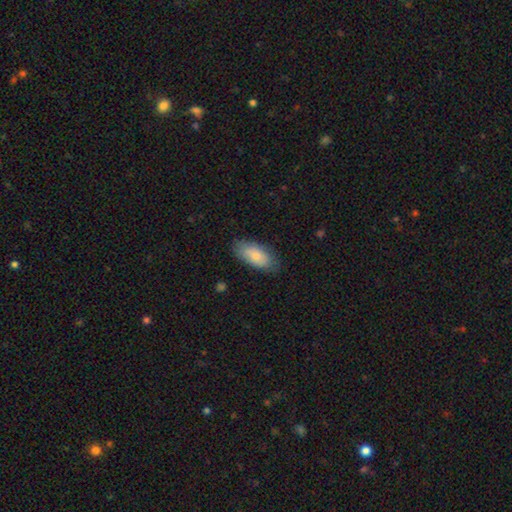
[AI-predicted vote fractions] Smooth or featured?
  - smooth: 81% *
  - featured or disk: 13%
  - star or artifact: 6%
How rounded?
  - in between: 90% *
  - cigar-shaped: 8%
  - round: 2%
Merging?
  - none: 78% *
  - minor disturbance: 17%
  - major disturbance: 4%
  - merger: 1%